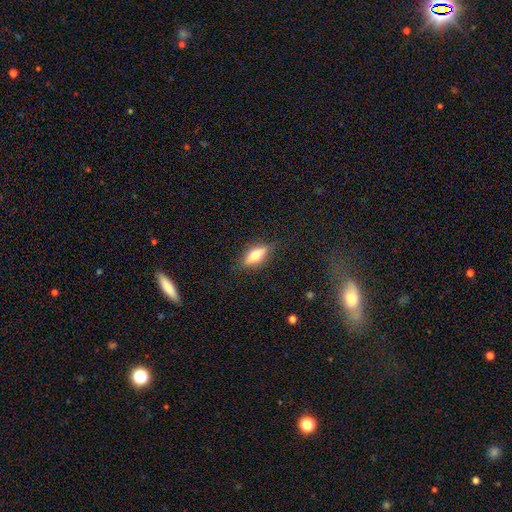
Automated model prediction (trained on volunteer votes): A smooth galaxy with no disk features (50%).

Vote fractions:
- Smooth or featured? smooth: 50% / featured or disk: 43% / star or artifact: 8%
- Merging? none: 85% / minor disturbance: 11% / major disturbance: 3% / merger: 1%